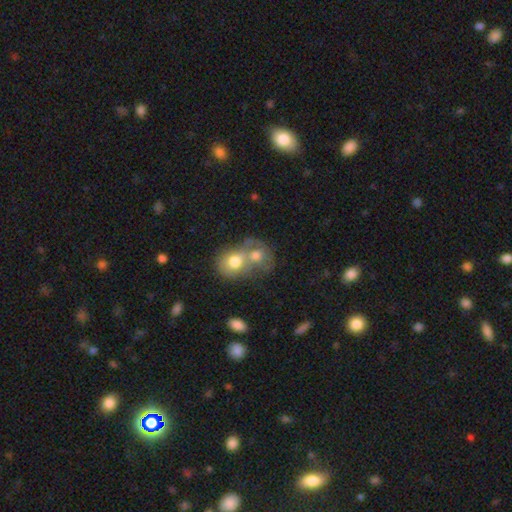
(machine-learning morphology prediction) smooth_or_featured: smooth (p=0.60) [alt: featured or disk p=0.31]
how_rounded: round (p=0.56) [alt: in between p=0.42]
merging: merger (p=0.76) [alt: none p=0.13]